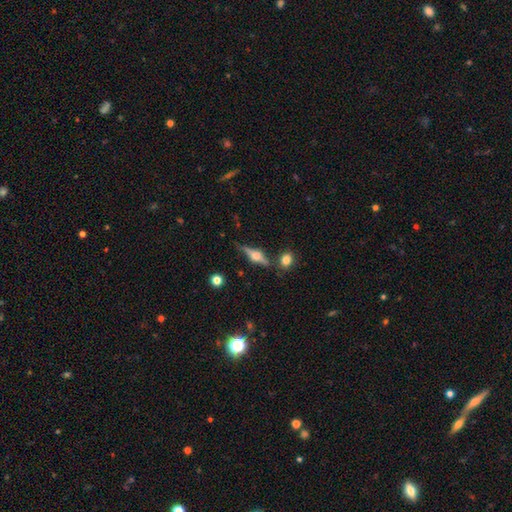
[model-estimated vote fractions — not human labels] smooth-or-featured: featured or disk: 70% | smooth: 22% | star or artifact: 8%
  disk-edge-on: yes: 96% | no: 4%
    edge-on-bulge: rounded: 92% | boxy: 6% | none: 2%
  merging: none: 75% | minor disturbance: 14% | merger: 7% | major disturbance: 4%